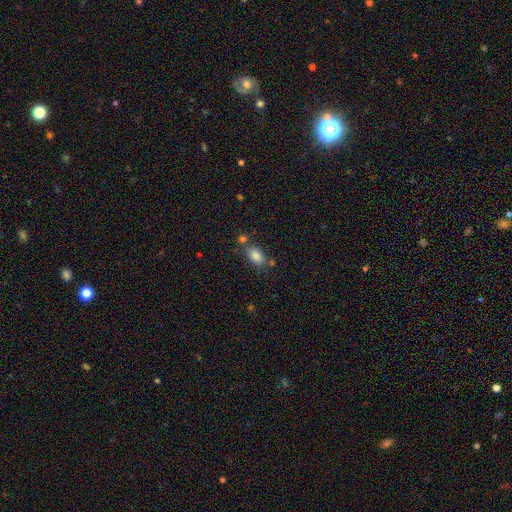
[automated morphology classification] This appears to be a smooth galaxy with no disk features (84%) that is in between round and cigar-shaped (87%). Merging: none (66%).